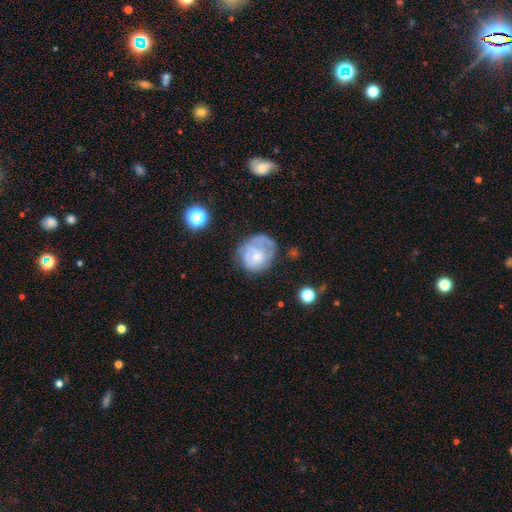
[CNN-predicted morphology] smooth_or_featured: featured or disk (p=0.50) [alt: smooth p=0.42]
merging: none (p=0.43) [alt: minor disturbance p=0.29]